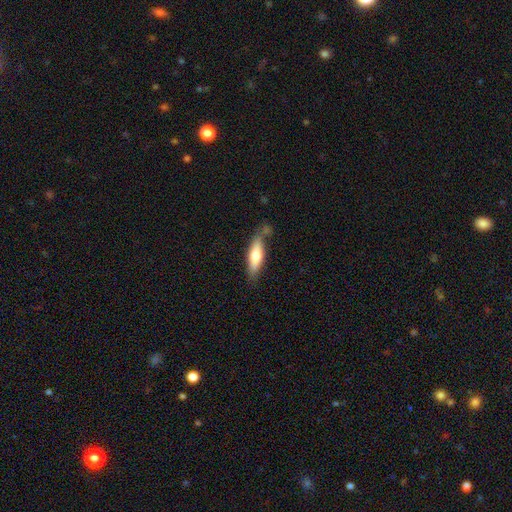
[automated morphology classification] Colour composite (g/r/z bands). It shows a smooth galaxy with no disk features (63%) that is cigar-shaped (55%). Merging: none (64%).